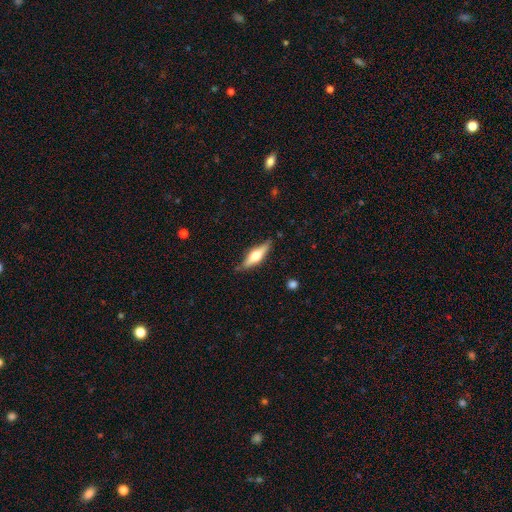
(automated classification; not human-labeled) smooth-or-featured: featured or disk: 55% | smooth: 39% | star or artifact: 6%
  disk-edge-on: yes: 93% | no: 7%
    edge-on-bulge: rounded: 92% | boxy: 6% | none: 2%
  merging: none: 84% | minor disturbance: 12% | major disturbance: 2% | merger: 2%